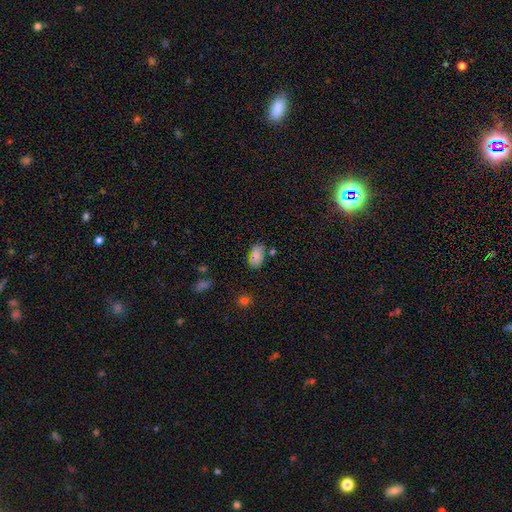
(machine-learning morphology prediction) Q: Smooth or featured?
A: smooth (80%); runner-up: star or artifact (12%)
Q: How rounded?
A: in between (92%); runner-up: round (6%)
Q: Merging?
A: none (73%); runner-up: minor disturbance (17%)